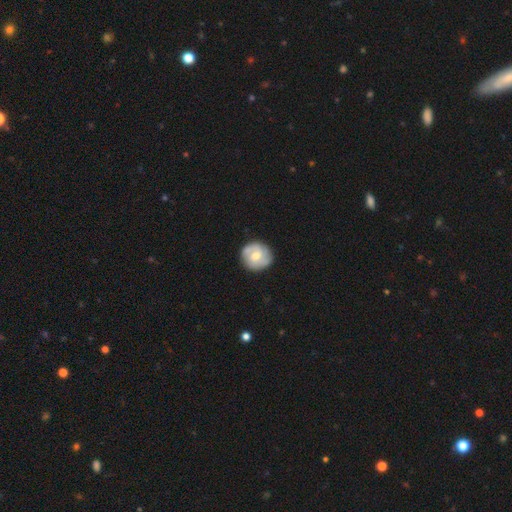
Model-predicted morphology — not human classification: smooth-or-featured: featured or disk: 51% | smooth: 43% | star or artifact: 6%
  disk-edge-on: no: 97% | yes: 3%
  merging: none: 81% | minor disturbance: 14% | major disturbance: 3% | merger: 1%